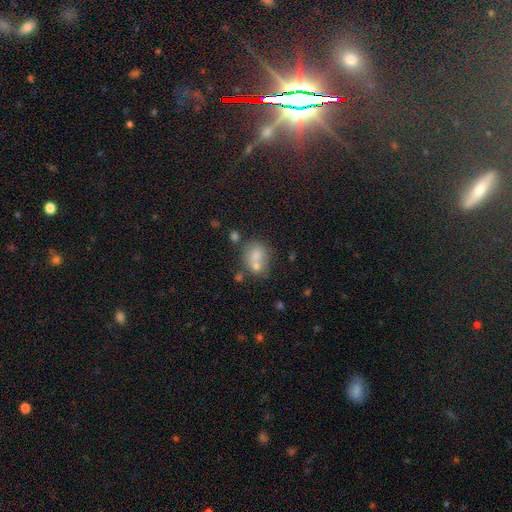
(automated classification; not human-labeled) A smooth galaxy with no disk features (71%) that is round (54%).

Vote fractions:
- Smooth or featured? smooth: 71% / featured or disk: 16% / star or artifact: 13%
- How rounded? round: 54% / in between: 45% / cigar-shaped: 1%
- Merging? merger: 41% / none: 40% / minor disturbance: 13% / major disturbance: 6%